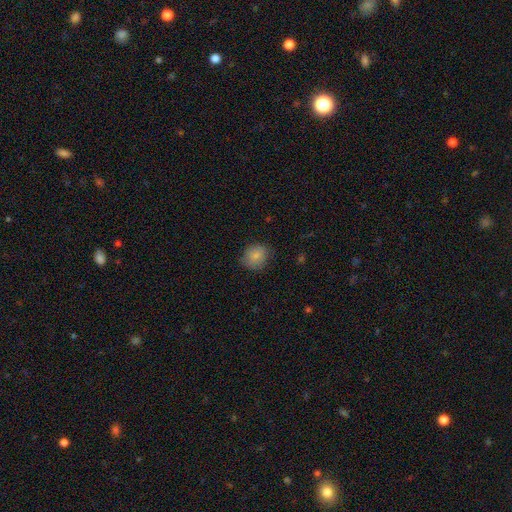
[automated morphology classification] Smooth or featured: smooth — 84% (star or artifact — 8%)
How rounded: round — 71% (in between — 28%)
Merging: none — 77% (minor disturbance — 18%)